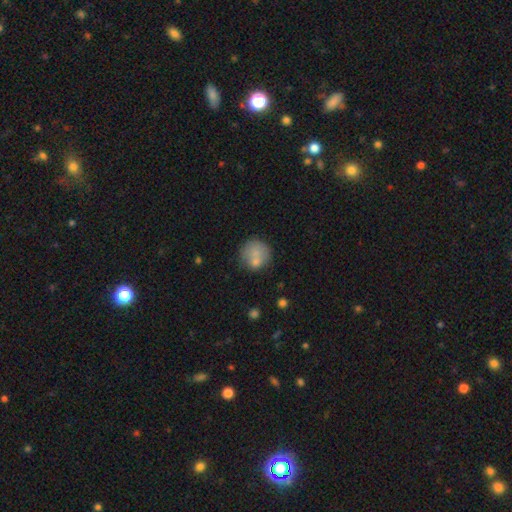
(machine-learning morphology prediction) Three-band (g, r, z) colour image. It shows a smooth galaxy with no disk features (73%) that is round (90%). Merging: none (58%).